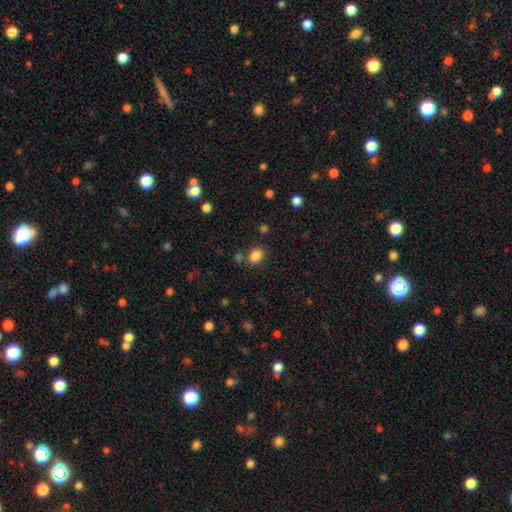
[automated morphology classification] A smooth galaxy with no disk features (85%) that is in between round and cigar-shaped (65%). Merging: none (76%).